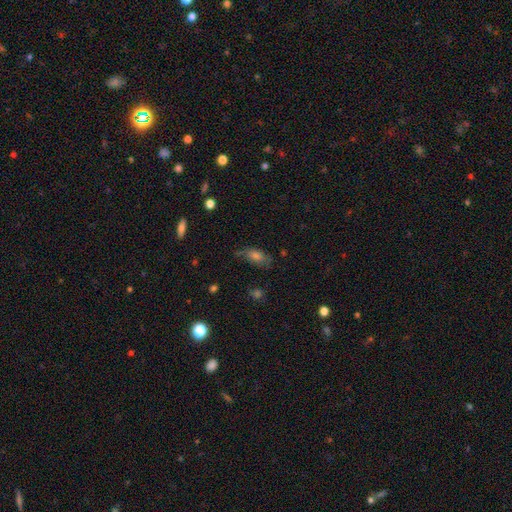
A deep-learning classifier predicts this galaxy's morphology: The model was most divided on "smooth or featured": smooth: 54%, featured or disk: 28%, star or artifact: 19%. More confident: how rounded — in between (76%); merging — none (62%).